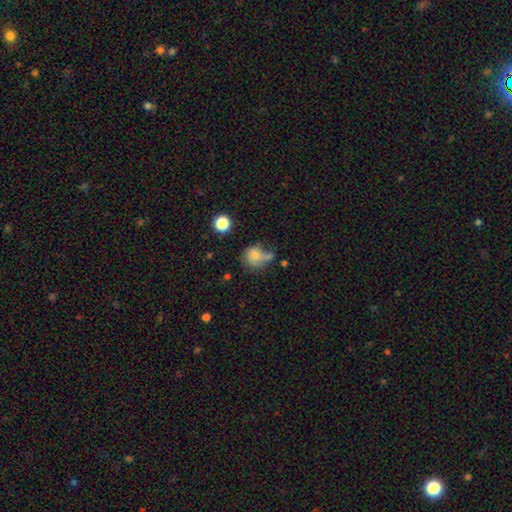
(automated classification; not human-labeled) The model was most divided on "merging": none: 33%, minor disturbance: 24%, major disturbance: 22%, merger: 21%. More confident: how rounded — round (69%); smooth or featured — smooth (66%).